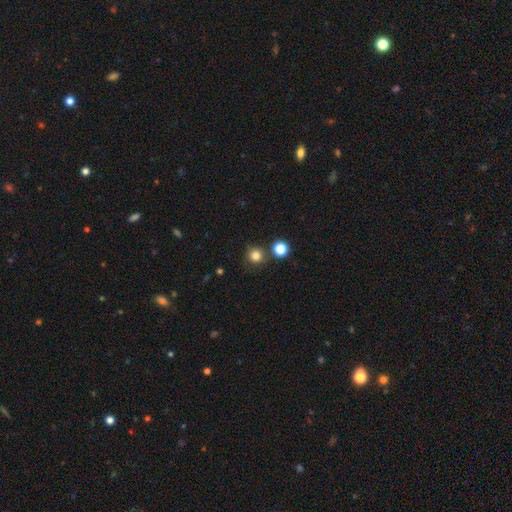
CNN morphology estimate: A smooth galaxy with no disk features (82%) that is round (93%). Merging: none (80%).